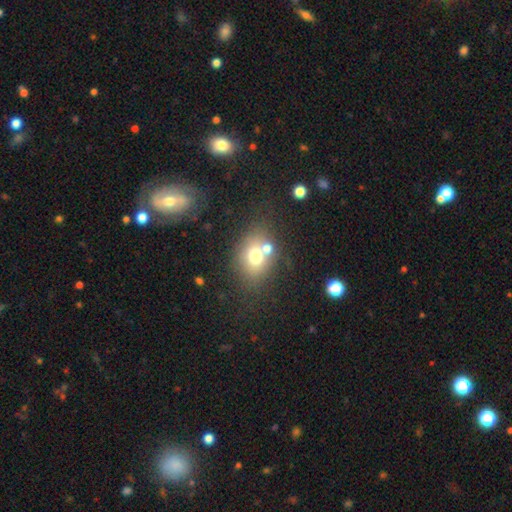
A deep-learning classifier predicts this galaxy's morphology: smooth_or_featured: smooth (p=0.67) [alt: featured or disk p=0.18]
how_rounded: round (p=0.54) [alt: in between p=0.45]
merging: none (p=0.55) [alt: merger p=0.27]